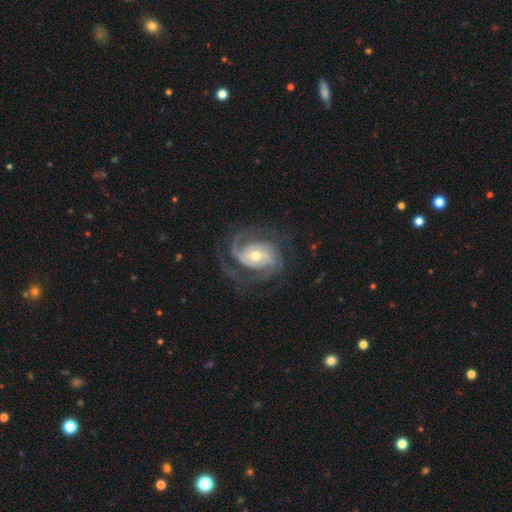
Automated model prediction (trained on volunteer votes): Smooth or featured? Predicted: featured or disk (p=0.92). Edge-on disk? Predicted: no (p=0.98). Bar? Predicted: no (p=0.44). Spiral arms? Predicted: yes (p=0.98). Spiral winding? Predicted: tight (p=0.53). Spiral arm count? Predicted: 2 (p=0.40). Bulge size? Predicted: moderate (p=0.67). Merging? Predicted: none (p=0.73).